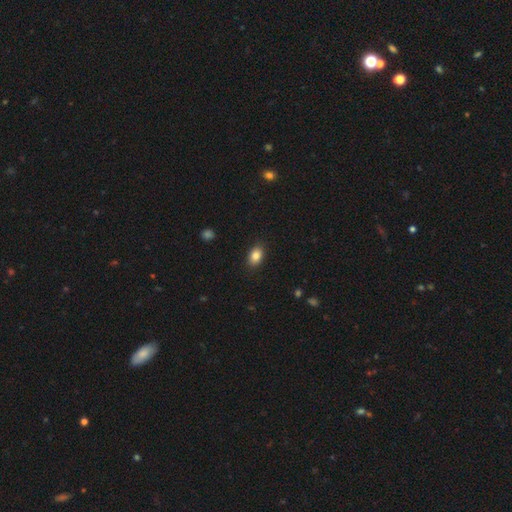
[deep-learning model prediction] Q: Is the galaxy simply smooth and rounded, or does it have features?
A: smooth — 85%.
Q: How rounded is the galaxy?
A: in between — 83%.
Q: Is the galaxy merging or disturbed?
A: none — 88%.